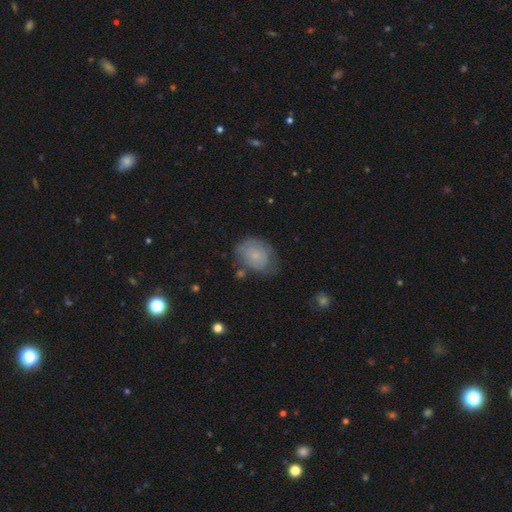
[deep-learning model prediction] smooth_or_featured: smooth (p=0.58) [alt: featured or disk p=0.34]
how_rounded: in between (p=0.63) [alt: round p=0.36]
merging: none (p=0.53) [alt: minor disturbance p=0.31]